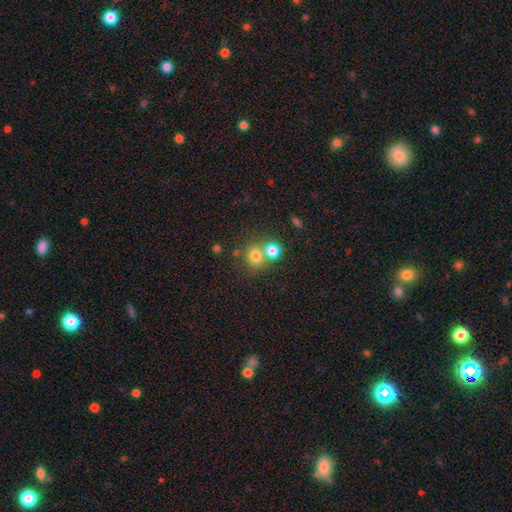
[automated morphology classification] A smooth galaxy with no disk features (76%) that is round (74%). Merging: merger (45%).